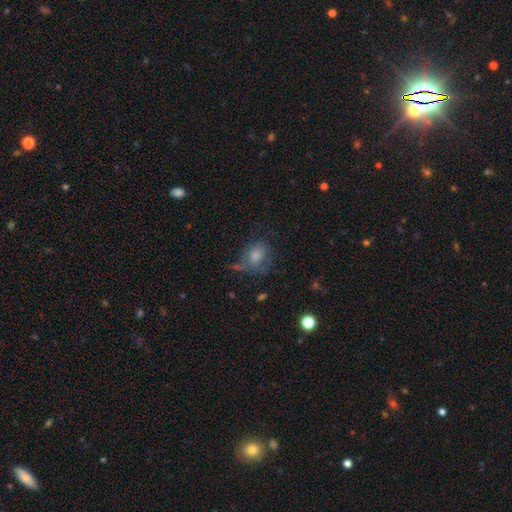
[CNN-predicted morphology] Smooth or featured? Predicted: smooth (p=0.67). How rounded? Predicted: in between (p=0.53). Merging? Predicted: none (p=0.44).